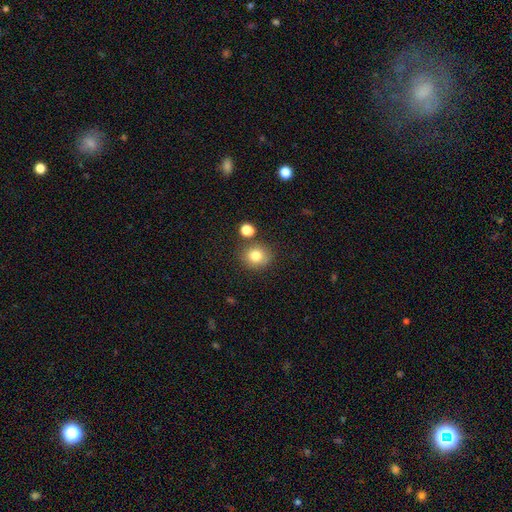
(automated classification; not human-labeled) Smooth or featured? smooth (80%)
How rounded? round (79%)
Merging? none (77%)